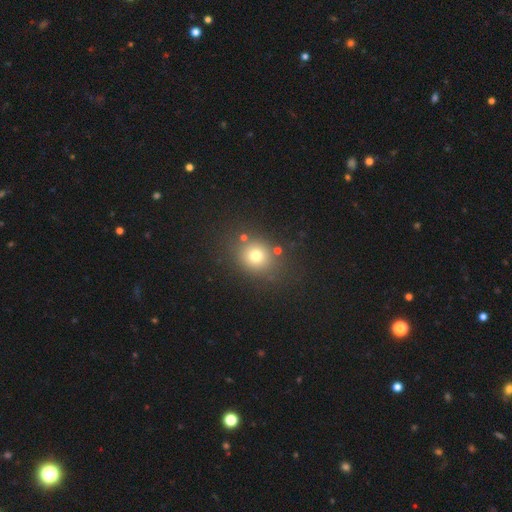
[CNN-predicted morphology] A smooth galaxy with no disk features (74%) that is round (75%). Merging: none (79%).